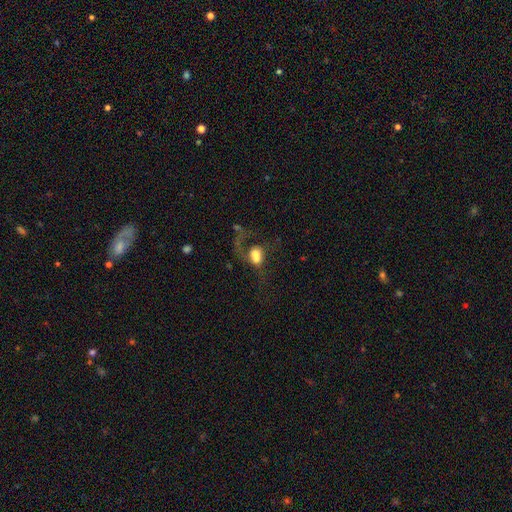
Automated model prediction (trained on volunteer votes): smooth_or_featured: smooth (p=0.55) [alt: featured or disk p=0.33]
how_rounded: in between (p=0.62) [alt: round p=0.36]
merging: major disturbance (p=0.43) [alt: merger p=0.23]